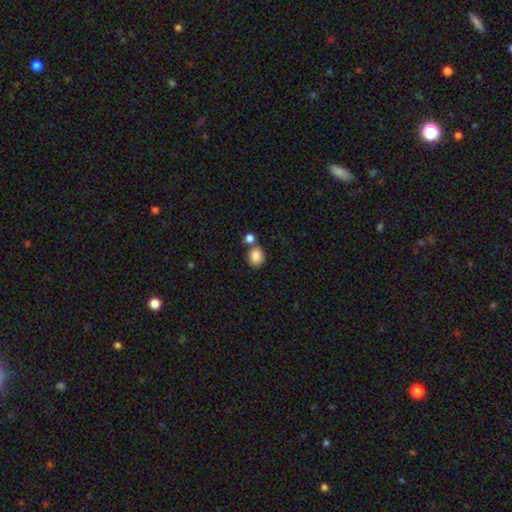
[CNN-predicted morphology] Q: Smooth or featured?
A: smooth (86%); runner-up: star or artifact (9%)
Q: How rounded?
A: round (58%); runner-up: in between (41%)
Q: Merging?
A: none (55%); runner-up: merger (30%)